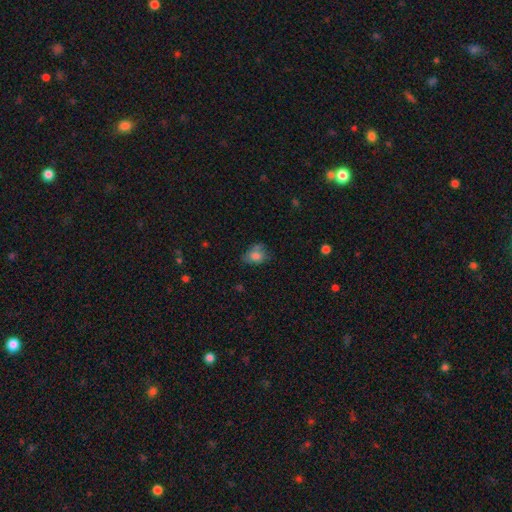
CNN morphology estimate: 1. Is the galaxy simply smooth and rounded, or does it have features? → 76% smooth, 13% featured or disk, 11% star or artifact.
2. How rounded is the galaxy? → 66% in between, 33% round, 1% cigar-shaped.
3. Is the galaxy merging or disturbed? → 50% none, 30% minor disturbance, 12% major disturbance, 8% merger.